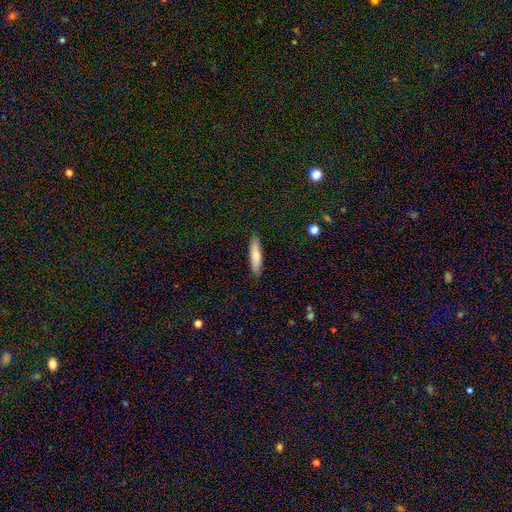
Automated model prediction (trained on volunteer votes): smooth 76%, featured or disk 18%, star or artifact 6%. Down the decision tree: how rounded — cigar-shaped (75%); merging — none (88%).